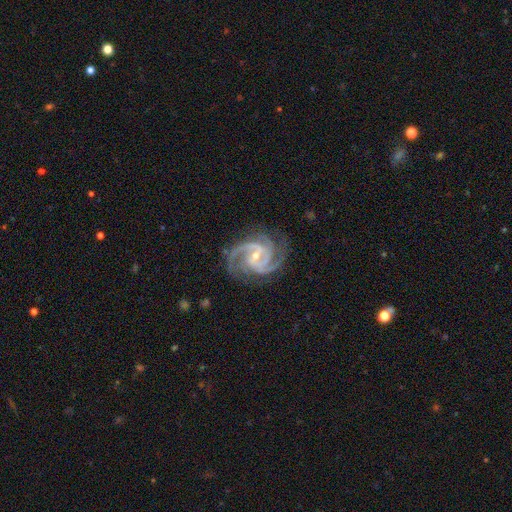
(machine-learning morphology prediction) A featured or disk galaxy (94%) with no bar (40%, tied with weak), 3 (50%) medium (50%) spiral arms (99%) and a small central bulge (64%). Merging: none (78%).